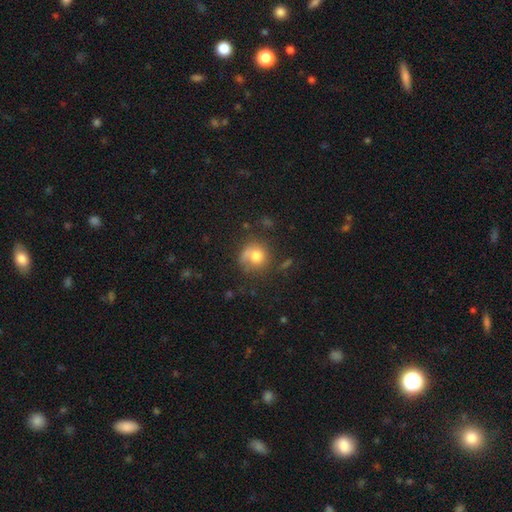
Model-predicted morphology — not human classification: smooth_or_featured: smooth (p=0.73) [alt: featured or disk p=0.17]
how_rounded: round (p=0.85) [alt: in between p=0.14]
merging: none (p=0.55) [alt: minor disturbance p=0.22]